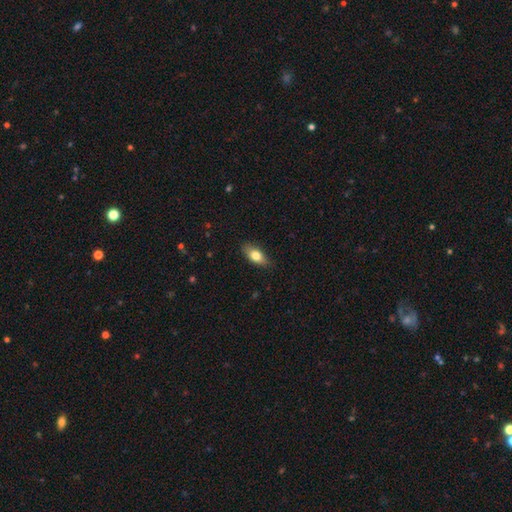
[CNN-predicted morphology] smooth-or-featured: smooth: 78% | featured or disk: 15% | star or artifact: 7%
  how-rounded: in between: 86% | cigar-shaped: 10% | round: 5%
  merging: none: 83% | minor disturbance: 14% | major disturbance: 2% | merger: 1%